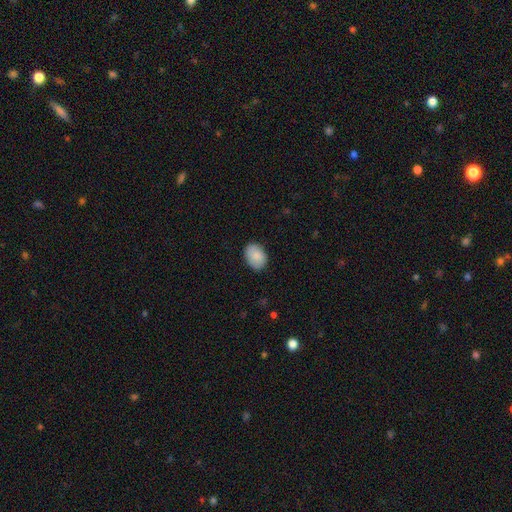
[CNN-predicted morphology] A smooth galaxy with no disk features (87%) that is in between round and cigar-shaped (76%).

Vote fractions:
- Smooth or featured? smooth: 87% / featured or disk: 7% / star or artifact: 6%
- How rounded? in between: 76% / round: 23% / cigar-shaped: 1%
- Merging? none: 84% / minor disturbance: 12% / major disturbance: 2% / merger: 1%